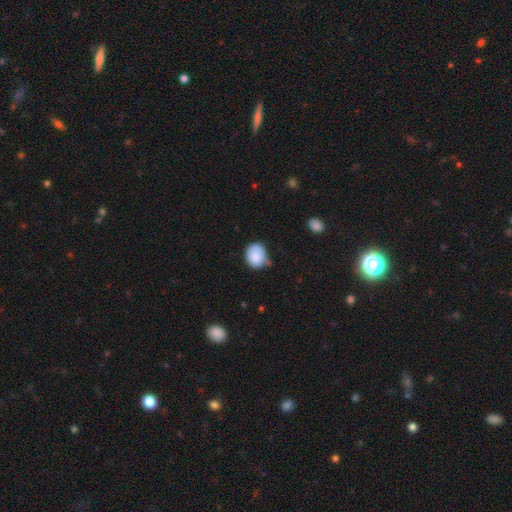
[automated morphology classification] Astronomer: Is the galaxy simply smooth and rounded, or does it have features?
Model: smooth — 84%.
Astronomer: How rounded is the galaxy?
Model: round — 60% (runner-up: in between, 39%).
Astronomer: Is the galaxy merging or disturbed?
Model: none — 53% (runner-up: minor disturbance, 36%).